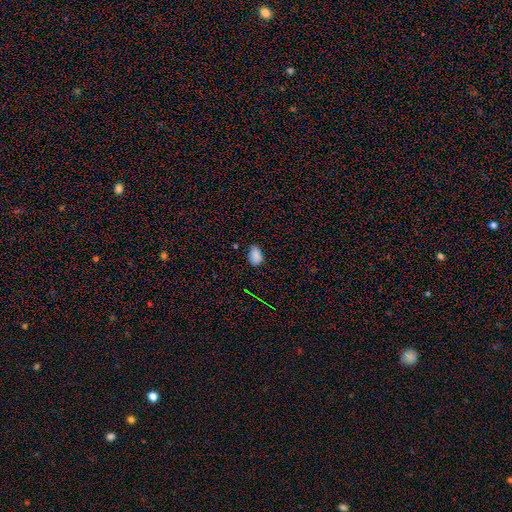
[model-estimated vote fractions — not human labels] smooth 85%, star or artifact 11%, featured or disk 4%. Down the decision tree: how rounded — in between (87%); merging — none (73%).